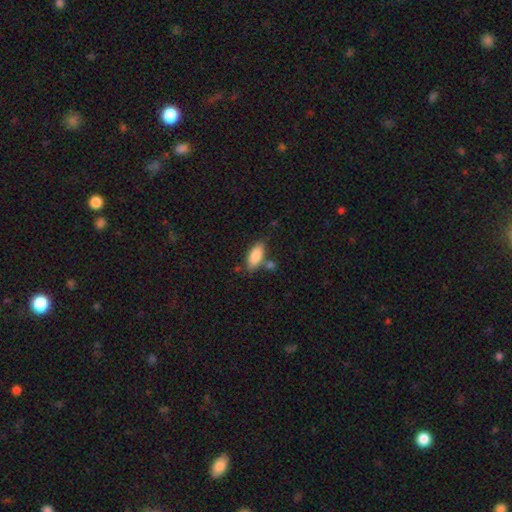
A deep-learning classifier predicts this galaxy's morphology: Smooth or featured?
  - smooth: 85% *
  - featured or disk: 8%
  - star or artifact: 6%
How rounded?
  - in between: 83% *
  - cigar-shaped: 15%
  - round: 2%
Merging?
  - none: 68% *
  - minor disturbance: 16%
  - merger: 11%
  - major disturbance: 4%